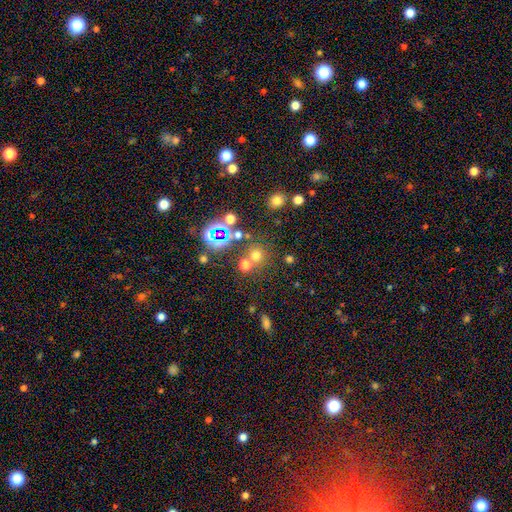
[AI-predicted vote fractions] Smooth or featured: smooth — 59% (star or artifact — 33%)
How rounded: round — 91% (in between — 8%)
Merging: none — 69% (merger — 19%)